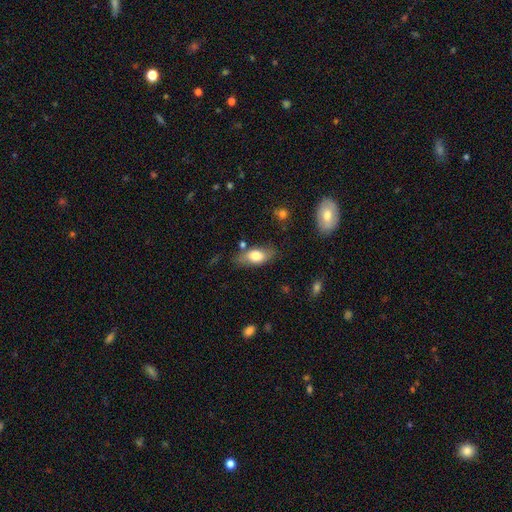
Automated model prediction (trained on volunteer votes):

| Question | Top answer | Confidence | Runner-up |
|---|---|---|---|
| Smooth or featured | smooth | 72% | featured or disk (21%) |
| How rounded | in between | 87% | cigar-shaped (8%) |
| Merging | none | 72% | minor disturbance (19%) |